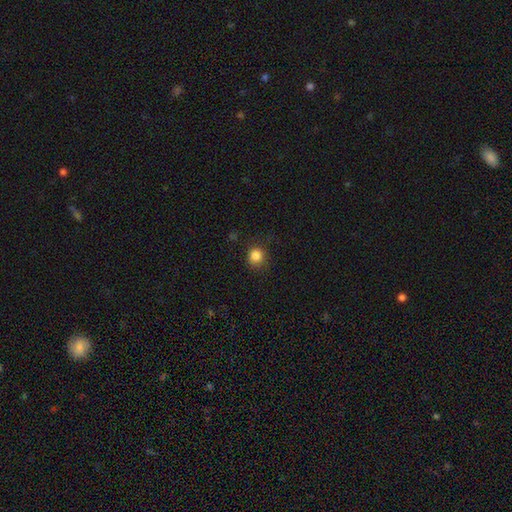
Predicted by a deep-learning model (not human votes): A smooth galaxy with no disk features (84%) that is round (89%). Merging: none (83%).